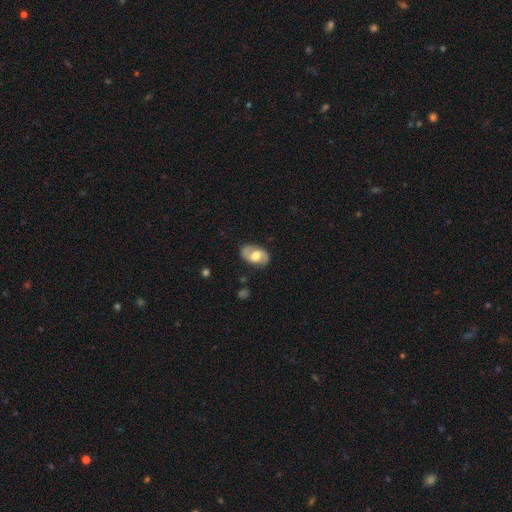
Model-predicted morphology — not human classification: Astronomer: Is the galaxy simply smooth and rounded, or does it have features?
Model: featured or disk — 64%.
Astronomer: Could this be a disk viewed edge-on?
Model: no — 95%.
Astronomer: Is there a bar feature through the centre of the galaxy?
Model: no — 49% (runner-up: weak, 40%).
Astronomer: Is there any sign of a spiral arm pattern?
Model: yes — 83%.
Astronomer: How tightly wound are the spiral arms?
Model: medium — 46% (runner-up: loose, 34%).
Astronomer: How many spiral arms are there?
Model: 2 — 88%.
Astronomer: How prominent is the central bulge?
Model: moderate — 56% (runner-up: large, 32%).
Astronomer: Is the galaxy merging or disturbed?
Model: none — 78%.